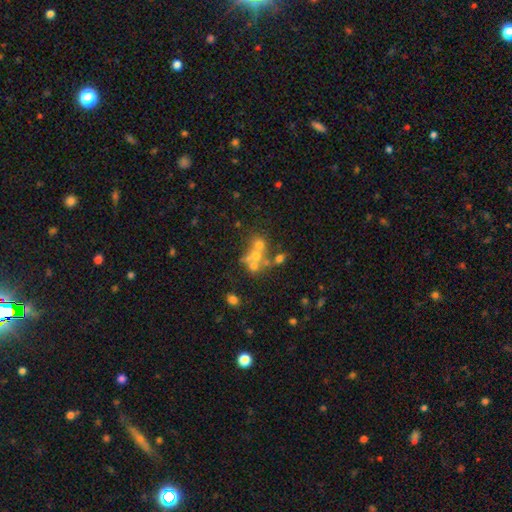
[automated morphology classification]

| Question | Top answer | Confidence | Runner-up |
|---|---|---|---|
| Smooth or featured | smooth | 41% | featured or disk (36%) |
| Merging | merger | 48% | none (35%) |